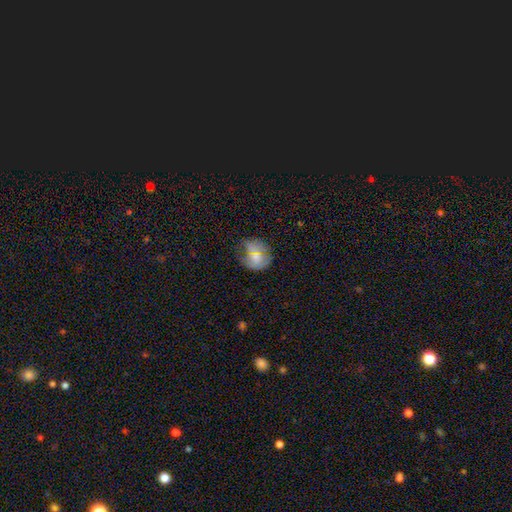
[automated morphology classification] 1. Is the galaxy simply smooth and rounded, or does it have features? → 67% smooth, 18% featured or disk, 15% star or artifact.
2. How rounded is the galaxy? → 78% round, 21% in between, 1% cigar-shaped.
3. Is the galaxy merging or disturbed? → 66% none, 23% minor disturbance, 8% major disturbance, 2% merger.